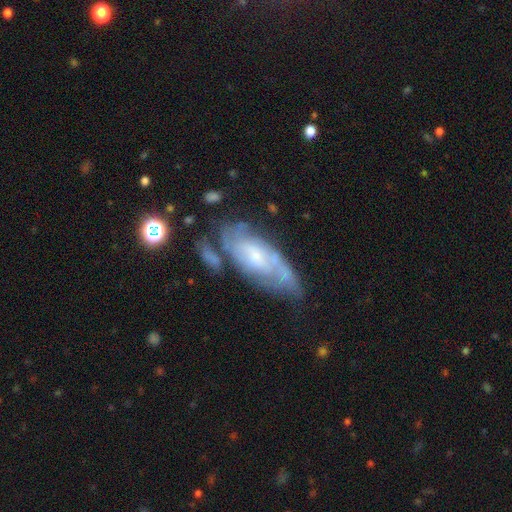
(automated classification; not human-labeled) smooth_or_featured: featured or disk (p=0.72) [alt: smooth p=0.22]
disk_edge_on: no (p=0.88) [alt: yes p=0.12]
bar: no (p=0.61) [alt: weak p=0.33]
has_spiral_arms: yes (p=0.81) [alt: no p=0.19]
spiral_winding: tight (p=0.49) [alt: medium p=0.37]
spiral_arm_count: can't tell (p=0.52) [alt: 2 p=0.31]
bulge_size: small (p=0.59) [alt: moderate p=0.29]
merging: none (p=0.51) [alt: minor disturbance p=0.26]